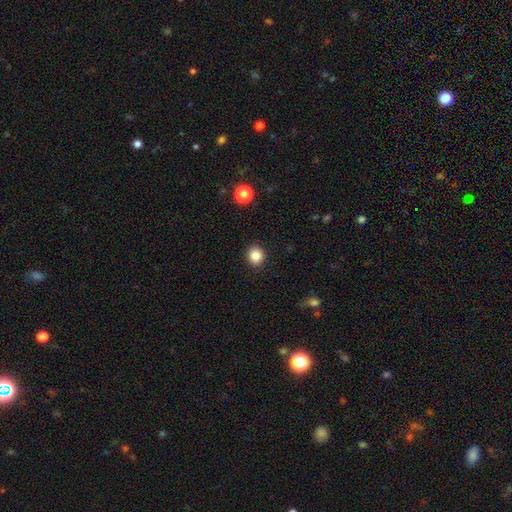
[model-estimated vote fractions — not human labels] Q: Smooth or featured?
A: smooth (86%); runner-up: star or artifact (10%)
Q: How rounded?
A: round (80%); runner-up: in between (19%)
Q: Merging?
A: none (91%); runner-up: minor disturbance (6%)